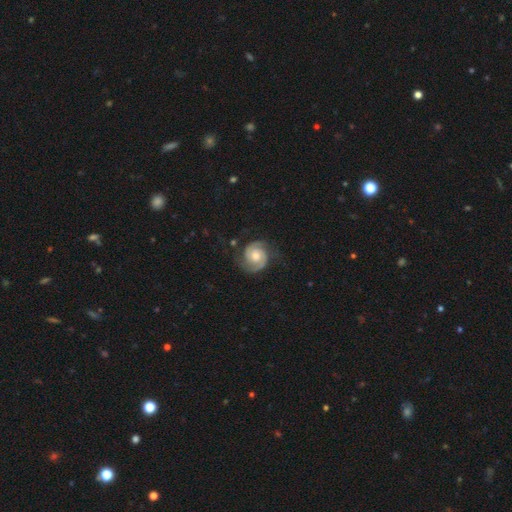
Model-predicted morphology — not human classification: A featured or disk galaxy (88%) with no bar (69%), 2 (93%) tight (52%) spiral arms (98%) and a moderate central bulge (64%).

Vote fractions:
- Smooth or featured? featured or disk: 88% / smooth: 7% / star or artifact: 5%
- Edge-on disk? no: 98% / yes: 2%
- Bar? no: 69% / weak: 26% / strong: 6%
- Spiral arms? yes: 98% / no: 2%
- Spiral winding? tight: 52% / medium: 40% / loose: 8%
- Spiral arm count? 2: 93% / can't tell: 2% / 3: 2% / 1: 1% / 4: 1% / more than 4: 1%
- Bulge size? moderate: 64% / small: 25% / large: 7% / none: 3% / dominant: 1%
- Merging? none: 78% / minor disturbance: 15% / major disturbance: 6% / merger: 1%